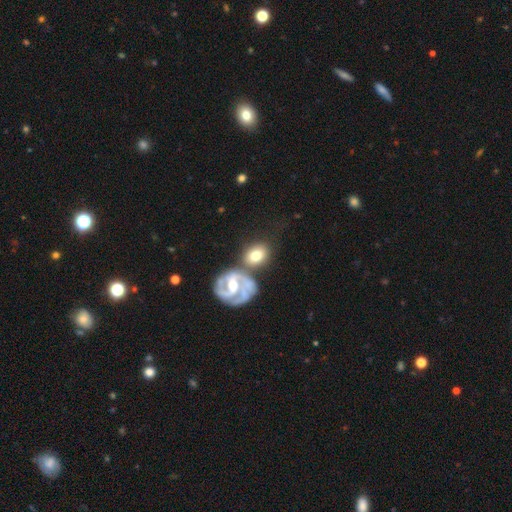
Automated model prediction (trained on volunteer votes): The model was most divided on "how rounded": in between: 53%, round: 45%, cigar-shaped: 1%. More confident: merging — none (56%); smooth or featured — smooth (54%).